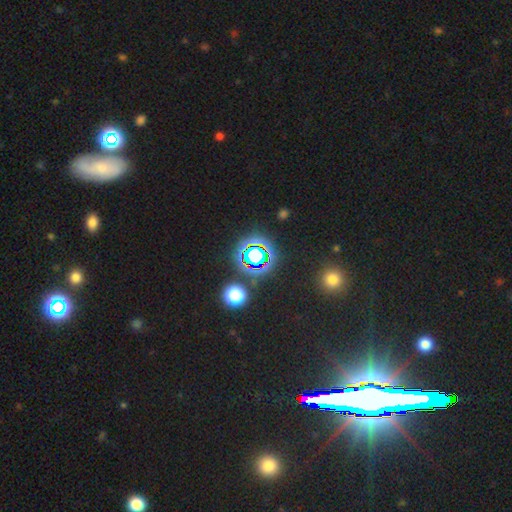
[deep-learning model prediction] smooth-or-featured: star or artifact: 71% | smooth: 18% | featured or disk: 11%